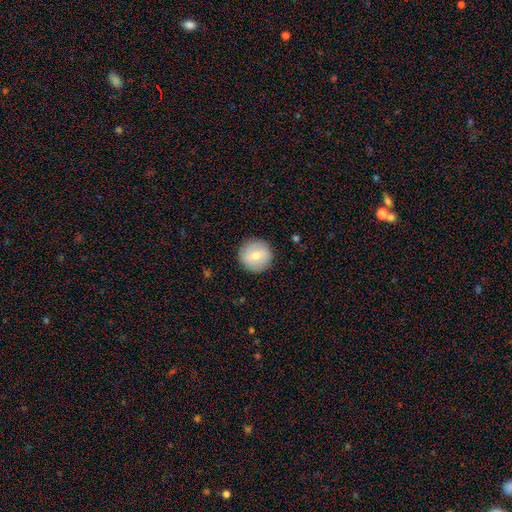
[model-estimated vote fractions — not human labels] Smooth or featured? smooth (70%)
How rounded? round (95%)
Merging? none (90%)